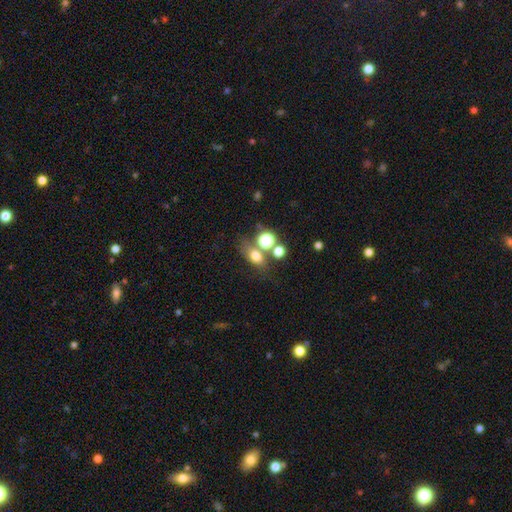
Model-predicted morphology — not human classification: Q: Smooth or featured?
A: smooth (71%); runner-up: star or artifact (16%)
Q: How rounded?
A: in between (60%); runner-up: round (36%)
Q: Merging?
A: none (52%); runner-up: merger (28%)